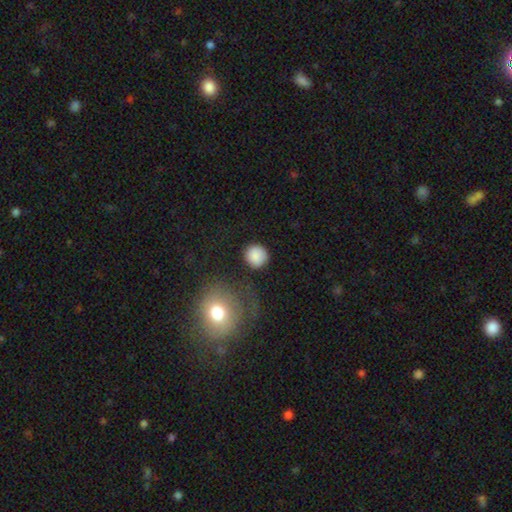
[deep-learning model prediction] Smooth or featured?
  - smooth: 86% *
  - star or artifact: 9%
  - featured or disk: 5%
How rounded?
  - round: 93% *
  - in between: 6%
  - cigar-shaped: 1%
Merging?
  - none: 83% *
  - minor disturbance: 10%
  - major disturbance: 4%
  - merger: 3%